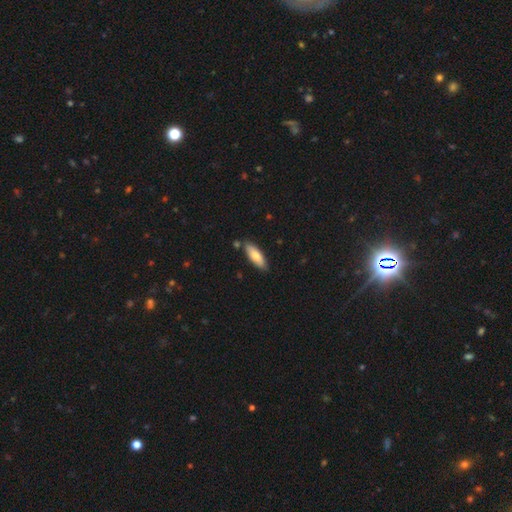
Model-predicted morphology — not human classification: smooth 76%, featured or disk 18%, star or artifact 6%. Down the decision tree: how rounded — in between (56%); merging — none (82%).